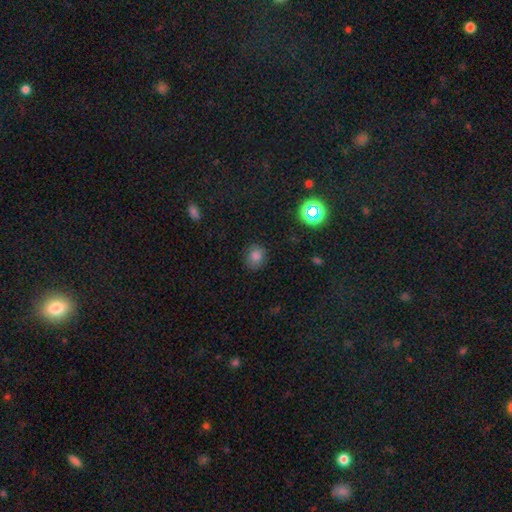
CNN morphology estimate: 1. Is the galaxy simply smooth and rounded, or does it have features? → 78% smooth, 16% star or artifact, 5% featured or disk.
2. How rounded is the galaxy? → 68% round, 31% in between, 1% cigar-shaped.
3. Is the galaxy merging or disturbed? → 81% none, 14% minor disturbance, 4% major disturbance, 2% merger.